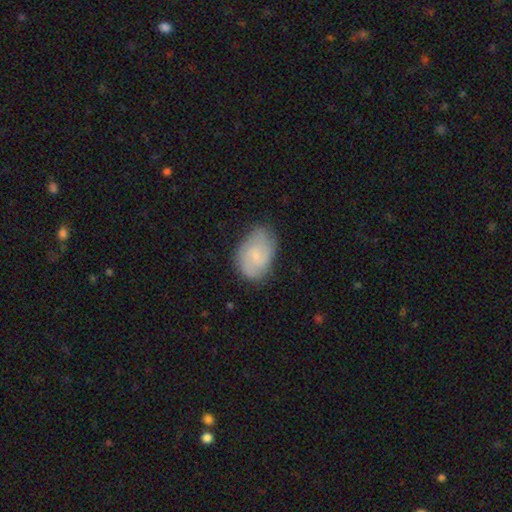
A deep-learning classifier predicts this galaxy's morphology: Overall: smooth (49%; featured or disk 43%). Merging: none (69%).